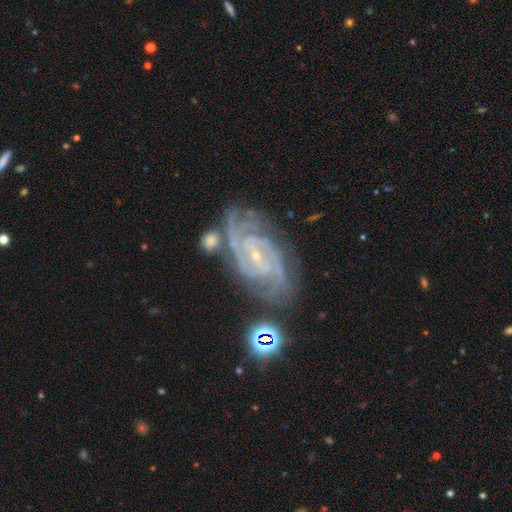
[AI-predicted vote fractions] Smooth or featured?
  - featured or disk: 90% *
  - star or artifact: 6%
  - smooth: 3%
Edge-on disk?
  - no: 97% *
  - yes: 3%
Bar?
  - no: 46% *
  - weak: 37%
  - strong: 17%
Spiral arms?
  - yes: 98% *
  - no: 2%
Spiral winding?
  - tight: 72% *
  - medium: 25%
  - loose: 3%
Spiral arm count?
  - 2: 27% *
  - 3: 25%
  - 4: 19%
  - can't tell: 15%
  - more than 4: 8%
  - 1: 7%
Bulge size?
  - small: 83% *
  - moderate: 13%
  - none: 2%
  - large: 1%
  - dominant: 1%
Merging?
  - none: 66% *
  - minor disturbance: 18%
  - merger: 9%
  - major disturbance: 7%